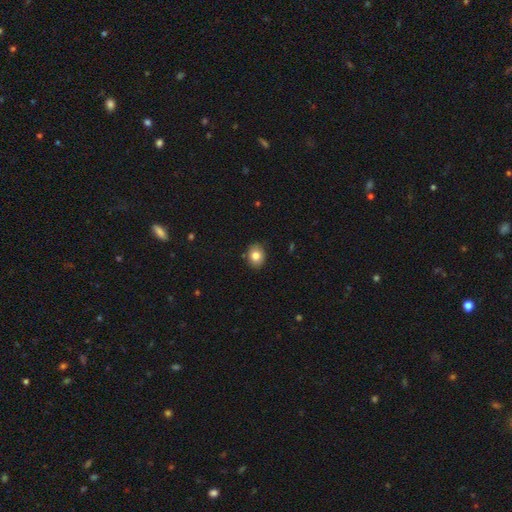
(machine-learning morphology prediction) A smooth galaxy with no disk features (82%) that is in between round and cigar-shaped (51%).

Vote fractions:
- Smooth or featured? smooth: 82% / featured or disk: 9% / star or artifact: 9%
- How rounded? in between: 51% / round: 49% / cigar-shaped: 1%
- Merging? none: 85% / minor disturbance: 12% / major disturbance: 2% / merger: 1%